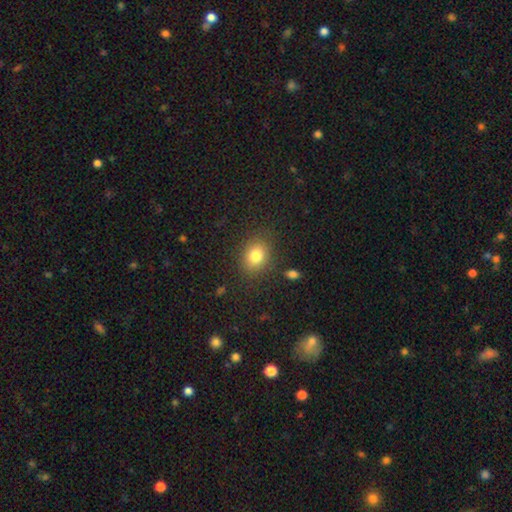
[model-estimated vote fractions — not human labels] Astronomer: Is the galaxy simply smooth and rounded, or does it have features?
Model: smooth — 81%.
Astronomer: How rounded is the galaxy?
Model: round — 53% (runner-up: in between, 46%).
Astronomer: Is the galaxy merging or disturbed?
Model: none — 83%.